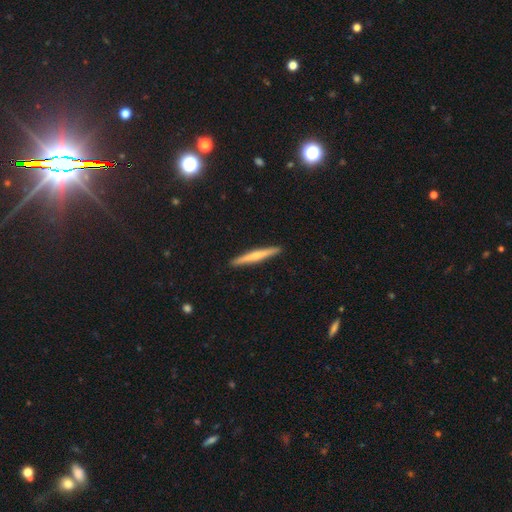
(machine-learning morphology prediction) type=featured or disk (50%); merging=none (92%).